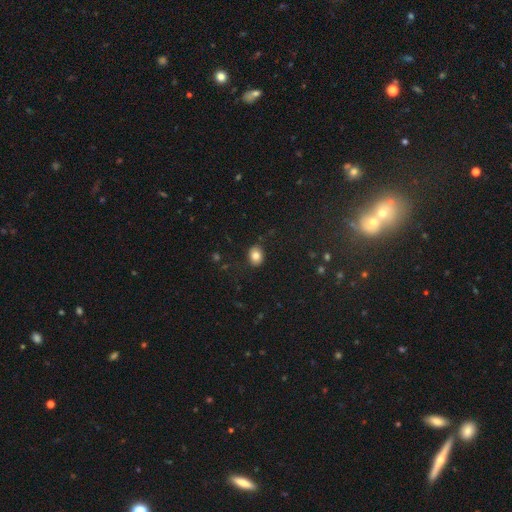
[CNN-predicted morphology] smooth_or_featured: smooth (p=0.81) [alt: star or artifact p=0.10]
how_rounded: in between (p=0.56) [alt: round p=0.43]
merging: none (p=0.83) [alt: minor disturbance p=0.12]